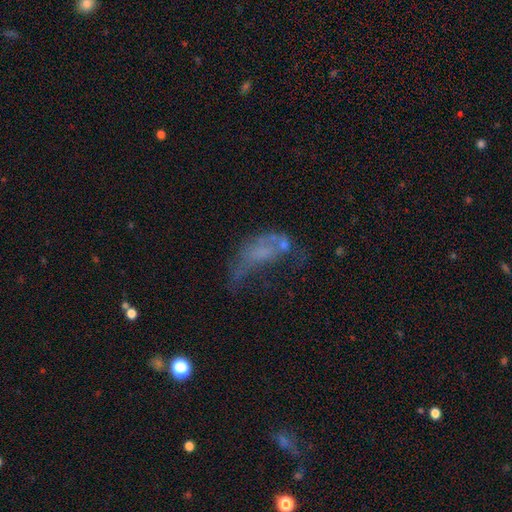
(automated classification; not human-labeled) smooth_or_featured: featured or disk (p=0.48) [alt: smooth p=0.36]
merging: major disturbance (p=0.47) [alt: none p=0.20]